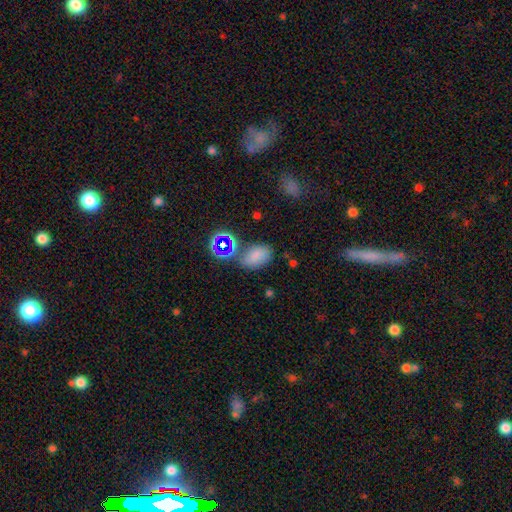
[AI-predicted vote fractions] smooth-or-featured: smooth: 71% | star or artifact: 19% | featured or disk: 10%
  how-rounded: in between: 84% | round: 15% | cigar-shaped: 1%
  merging: none: 59% | minor disturbance: 19% | merger: 14% | major disturbance: 8%